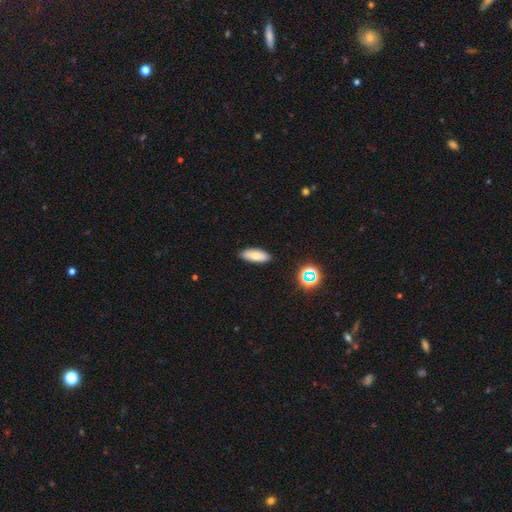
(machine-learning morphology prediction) smooth_or_featured: smooth (p=0.75) [alt: featured or disk p=0.16]
how_rounded: in between (p=0.74) [alt: cigar-shaped p=0.23]
merging: none (p=0.89) [alt: minor disturbance p=0.08]